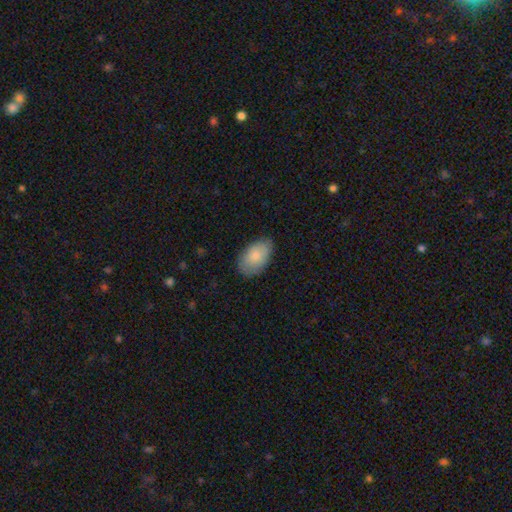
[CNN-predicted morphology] Smooth or featured?
  - smooth: 83% *
  - featured or disk: 11%
  - star or artifact: 6%
How rounded?
  - in between: 94% *
  - round: 5%
  - cigar-shaped: 1%
Merging?
  - none: 80% *
  - minor disturbance: 16%
  - major disturbance: 3%
  - merger: 1%